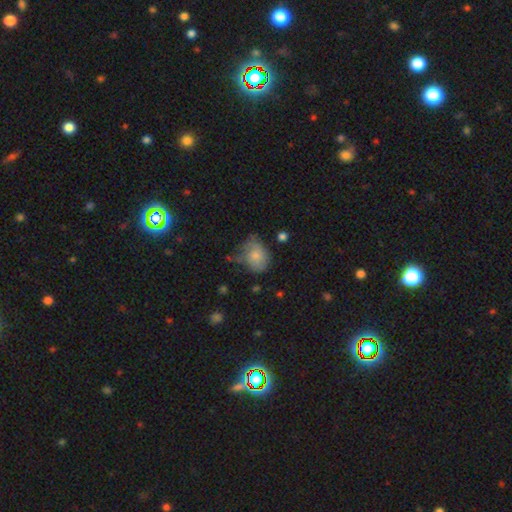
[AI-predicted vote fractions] smooth_or_featured: smooth (p=0.66) [alt: featured or disk p=0.26]
how_rounded: in between (p=0.54) [alt: round p=0.45]
merging: none (p=0.40) [alt: minor disturbance p=0.36]